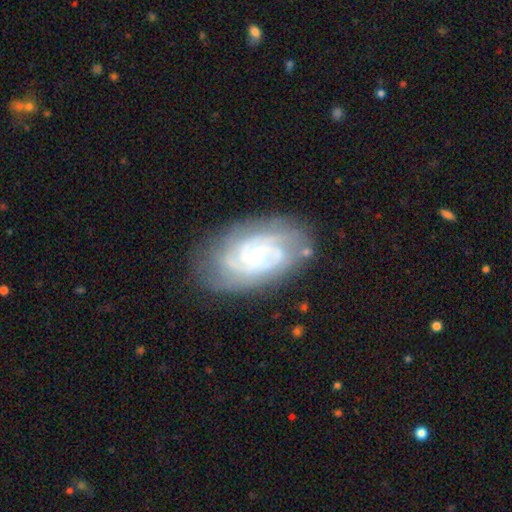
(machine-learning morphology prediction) smooth_or_featured: featured or disk (p=0.87) [alt: smooth p=0.07]
disk_edge_on: no (p=0.96) [alt: yes p=0.04]
bar: no (p=0.72) [alt: weak p=0.23]
has_spiral_arms: yes (p=0.96) [alt: no p=0.04]
spiral_winding: tight (p=0.70) [alt: medium p=0.26]
spiral_arm_count: 3 (p=0.28) [alt: 2 p=0.26]
bulge_size: small (p=0.63) [alt: moderate p=0.33]
merging: none (p=0.77) [alt: minor disturbance p=0.16]